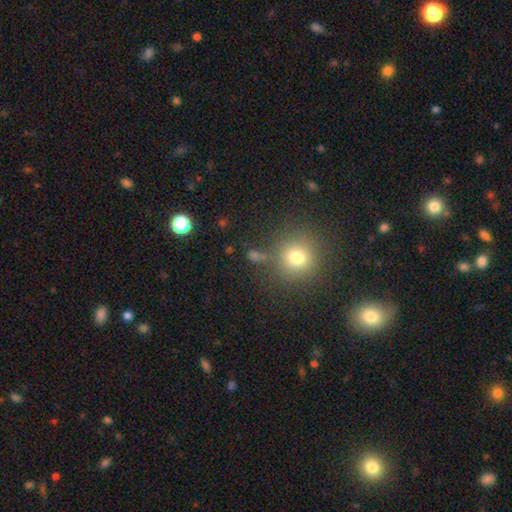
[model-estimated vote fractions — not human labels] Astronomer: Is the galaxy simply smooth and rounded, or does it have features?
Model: smooth — 65%.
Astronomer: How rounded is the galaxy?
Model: round — 79%.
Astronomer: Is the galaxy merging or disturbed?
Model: none — 77%.